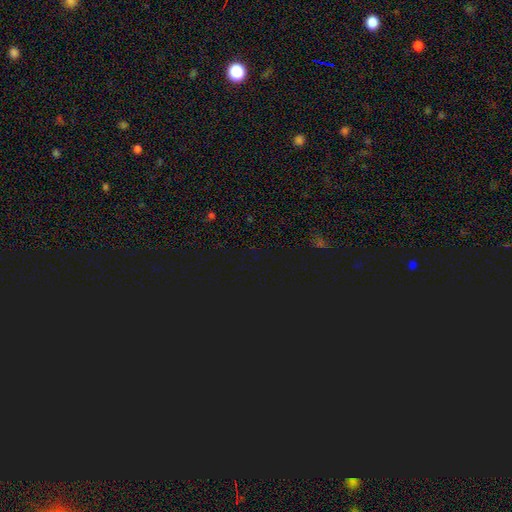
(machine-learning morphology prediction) A star or artifact, not a galaxy (78%).

Vote fractions:
- Smooth or featured? star or artifact: 78% / smooth: 15% / featured or disk: 6%